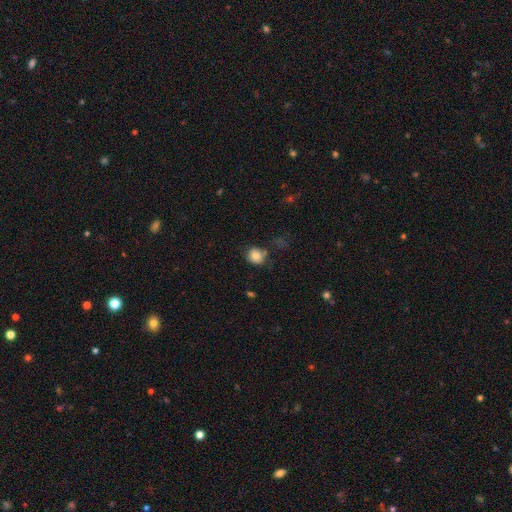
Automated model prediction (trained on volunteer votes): Morphology: type=smooth (80%); roundness=round (73%); merging=none (68%).